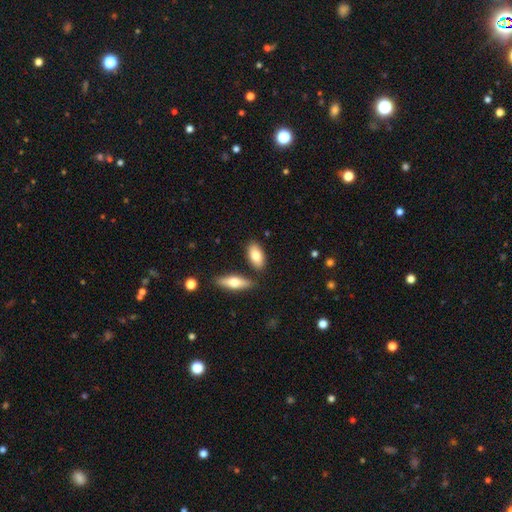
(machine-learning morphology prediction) smooth_or_featured: smooth (p=0.77) [alt: featured or disk p=0.17]
how_rounded: in between (p=0.87) [alt: cigar-shaped p=0.10]
merging: none (p=0.78) [alt: minor disturbance p=0.10]